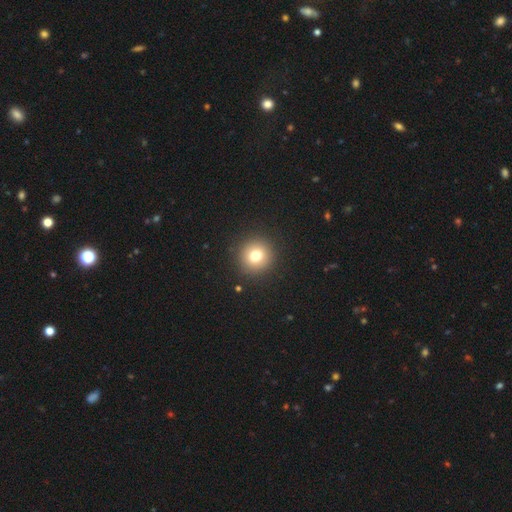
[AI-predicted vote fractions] Q: Smooth or featured?
A: smooth (76%); runner-up: star or artifact (14%)
Q: How rounded?
A: round (95%); runner-up: in between (4%)
Q: Merging?
A: none (92%); runner-up: minor disturbance (5%)